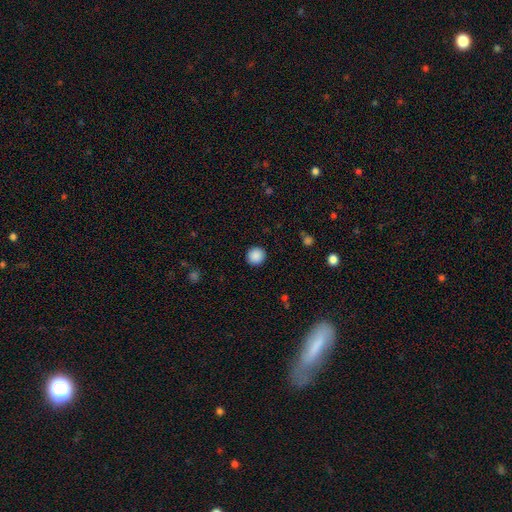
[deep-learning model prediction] Smooth or featured? Predicted: smooth (p=0.89). How rounded? Predicted: round (p=0.94). Merging? Predicted: none (p=0.92).